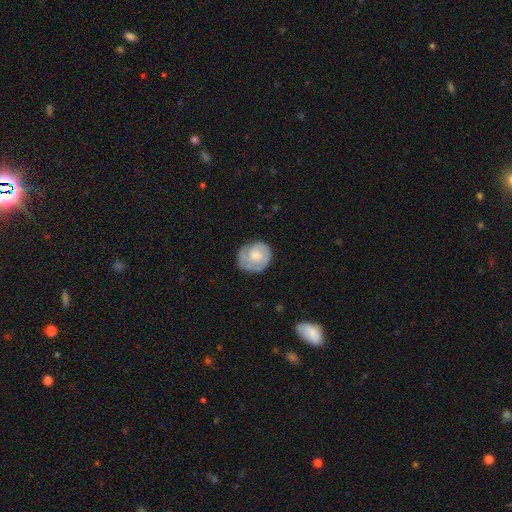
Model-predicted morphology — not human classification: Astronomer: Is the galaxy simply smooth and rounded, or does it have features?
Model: featured or disk — 54% (runner-up: smooth, 40%).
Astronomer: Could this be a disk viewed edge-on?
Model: no — 98%.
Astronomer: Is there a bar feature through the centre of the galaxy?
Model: no — 76%.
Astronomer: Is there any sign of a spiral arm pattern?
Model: yes — 79%.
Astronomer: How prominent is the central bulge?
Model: moderate — 36% (runner-up: small, 22%).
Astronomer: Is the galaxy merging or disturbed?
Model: none — 72%.